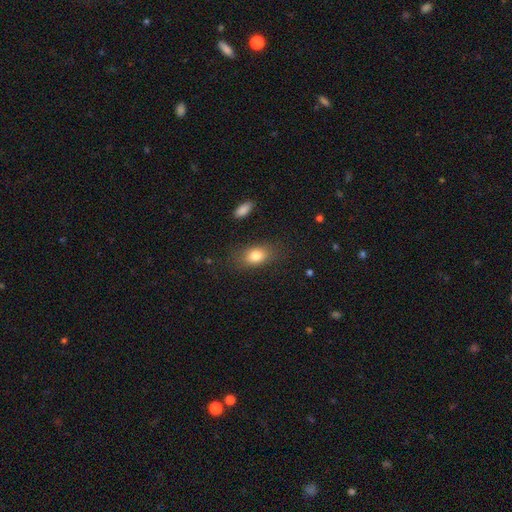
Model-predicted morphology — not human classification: Smooth or featured? smooth (81%)
How rounded? in between (80%)
Merging? none (80%)